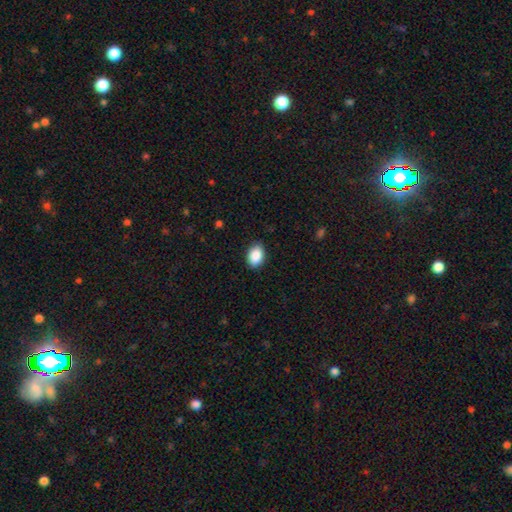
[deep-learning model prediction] The model was most divided on "how rounded": in between: 84%, round: 15%, cigar-shaped: 1%. More confident: smooth or featured — smooth (89%); merging — none (86%).